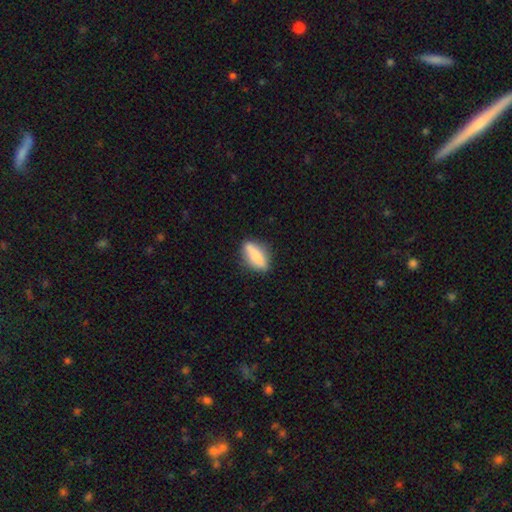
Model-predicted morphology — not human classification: Q: Smooth or featured?
A: smooth (76%); runner-up: featured or disk (17%)
Q: How rounded?
A: in between (57%); runner-up: cigar-shaped (40%)
Q: Merging?
A: none (80%); runner-up: minor disturbance (14%)